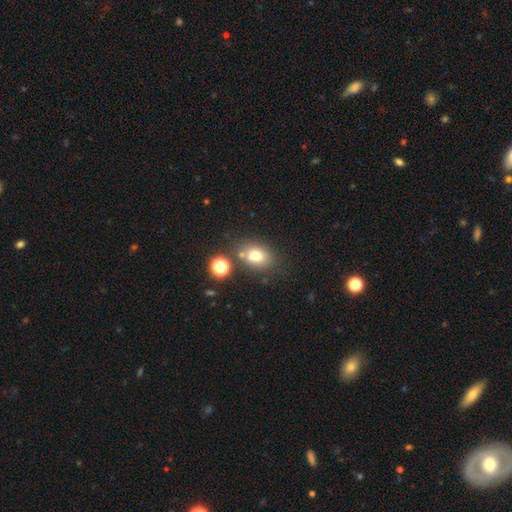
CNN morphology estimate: The model was most divided on "how rounded": in between: 57%, round: 42%, cigar-shaped: 1%. More confident: smooth or featured — smooth (73%); merging — none (67%).